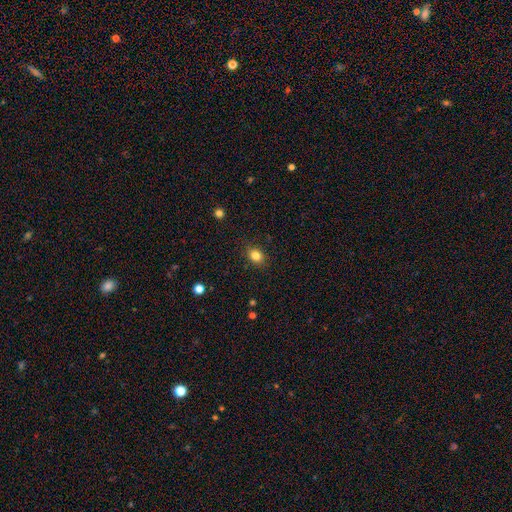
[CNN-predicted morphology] smooth 83%, star or artifact 11%, featured or disk 6%. Down the decision tree: how rounded — in between (53%); merging — none (87%).